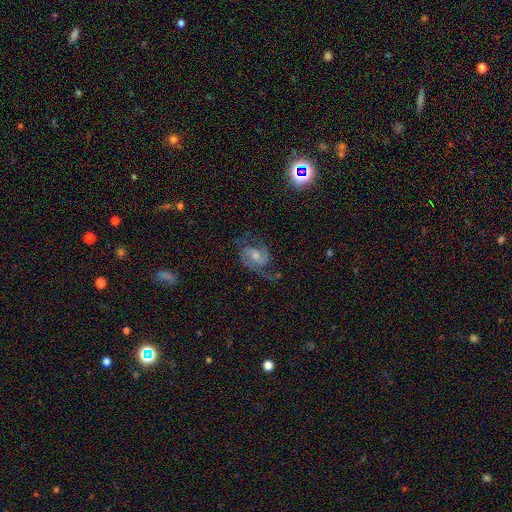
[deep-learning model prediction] featured or disk 84%, star or artifact 10%, smooth 6%. Down the decision tree: edge-on disk — no (97%); bar — weak (47%); spiral arms — yes (97%); spiral arm count — 2 (85%); spiral winding — medium (57%); bulge size — moderate (48%); merging — none (73%).